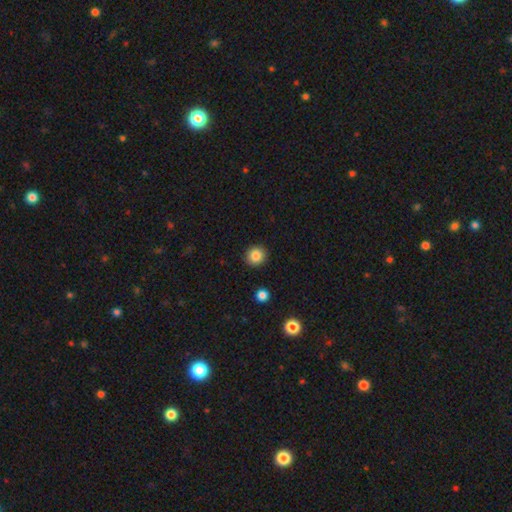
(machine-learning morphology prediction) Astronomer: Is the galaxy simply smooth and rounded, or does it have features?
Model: smooth — 85%.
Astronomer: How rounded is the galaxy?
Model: round — 89%.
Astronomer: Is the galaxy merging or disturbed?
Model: none — 91%.